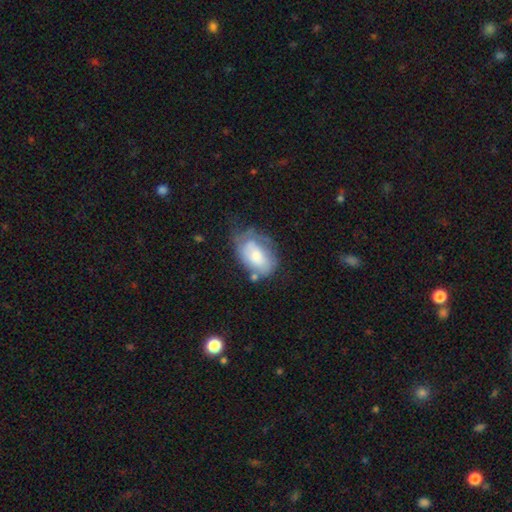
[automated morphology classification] The model was most divided on "merging": minor disturbance: 34%, none: 33%, major disturbance: 25%, merger: 8%. More confident: how rounded — in between (87%); smooth or featured — smooth (58%).